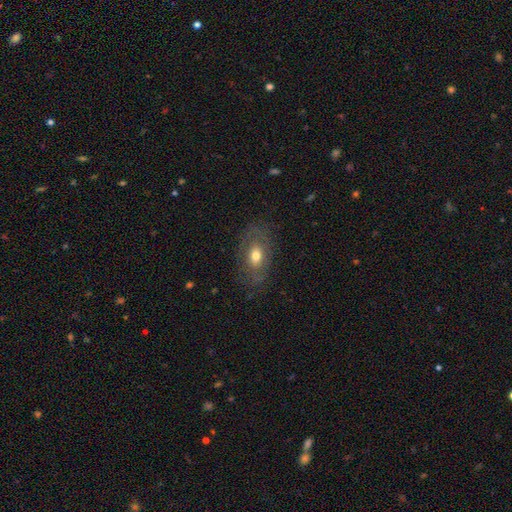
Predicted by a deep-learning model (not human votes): The model was most divided on "smooth or featured": smooth: 52%, featured or disk: 40%, star or artifact: 8%. More confident: how rounded — in between (84%); merging — none (74%).